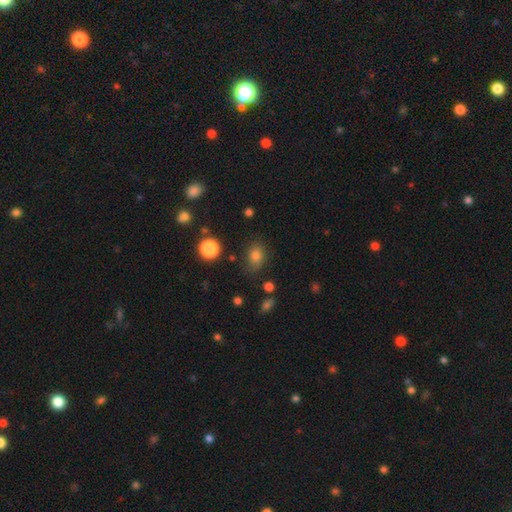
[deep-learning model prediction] The model was most divided on "how rounded": in between: 62%, round: 36%, cigar-shaped: 1%. More confident: smooth or featured — smooth (79%); merging — none (77%).